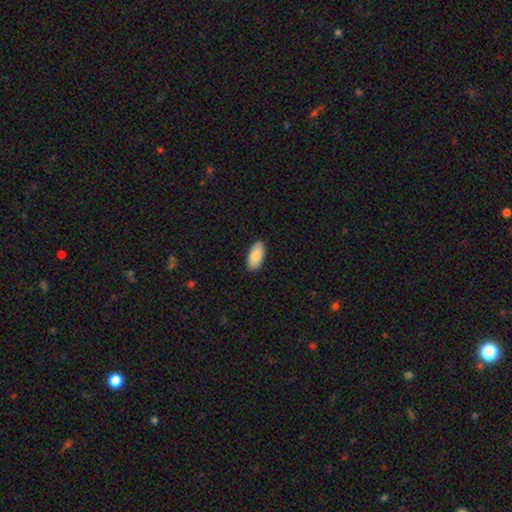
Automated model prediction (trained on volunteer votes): smooth 87%, featured or disk 7%, star or artifact 6%. Down the decision tree: how rounded — in between (93%); merging — none (89%).